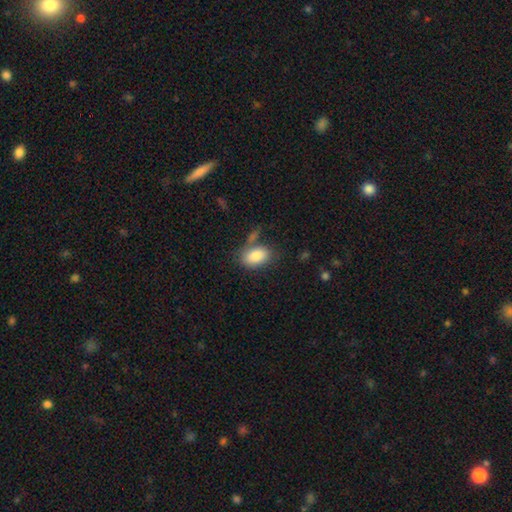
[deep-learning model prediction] Smooth or featured? smooth (84%)
How rounded? in between (90%)
Merging? none (59%)